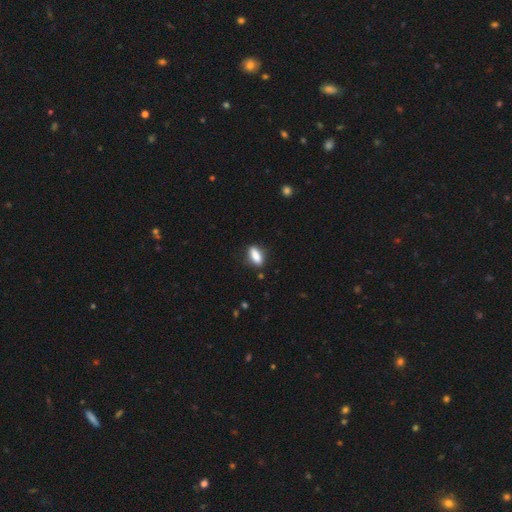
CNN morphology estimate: smooth-or-featured: smooth: 84% | featured or disk: 9% | star or artifact: 7%
  how-rounded: in between: 70% | cigar-shaped: 25% | round: 4%
  merging: none: 83% | minor disturbance: 12% | major disturbance: 3% | merger: 2%